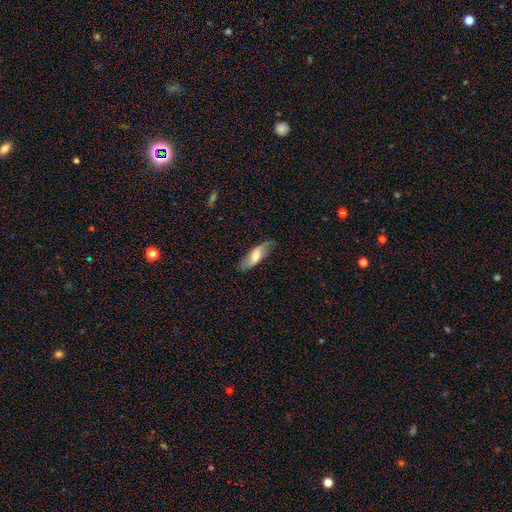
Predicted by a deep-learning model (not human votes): A smooth galaxy with no disk features (49%).

Vote fractions:
- Smooth or featured? smooth: 49% / featured or disk: 44% / star or artifact: 7%
- Merging? none: 72% / minor disturbance: 20% / major disturbance: 6% / merger: 2%